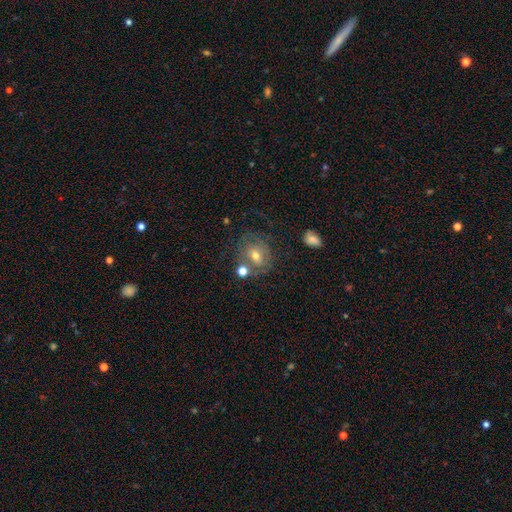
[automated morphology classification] Smooth or featured? Predicted: smooth (p=0.45). Merging? Predicted: none (p=0.57).